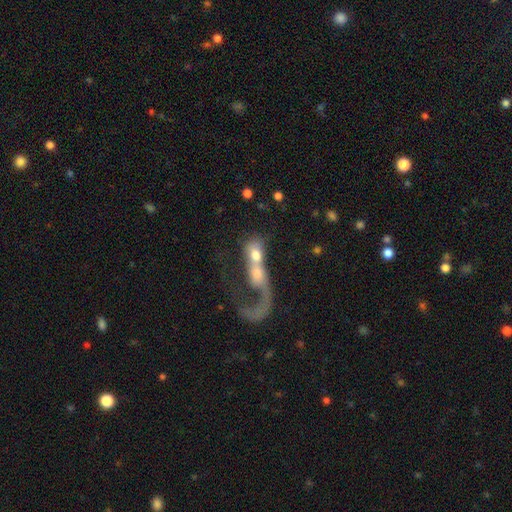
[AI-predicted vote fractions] Morphology: type=featured or disk (47%); merging=merger (73%).